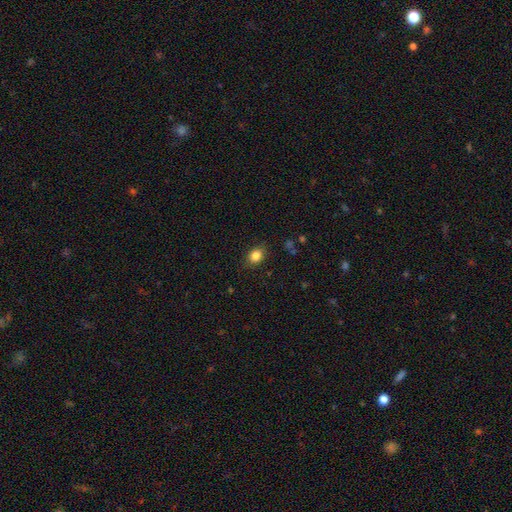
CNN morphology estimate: A smooth galaxy with no disk features (84%) that is in between round and cigar-shaped (53%). Merging: none (84%).